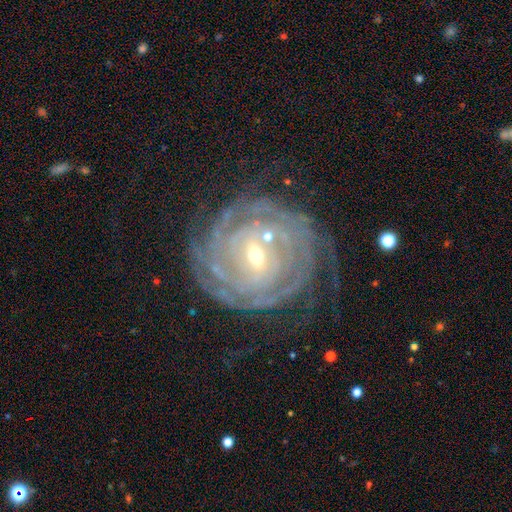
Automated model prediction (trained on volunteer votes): Smooth or featured? featured or disk (89%)
Edge-on disk? no (97%)
Bar? weak (45%)
Spiral arms? yes (98%)
Spiral winding? tight (87%)
Spiral arm count? can't tell (27%)
Bulge size? small (53%)
Merging? none (76%)